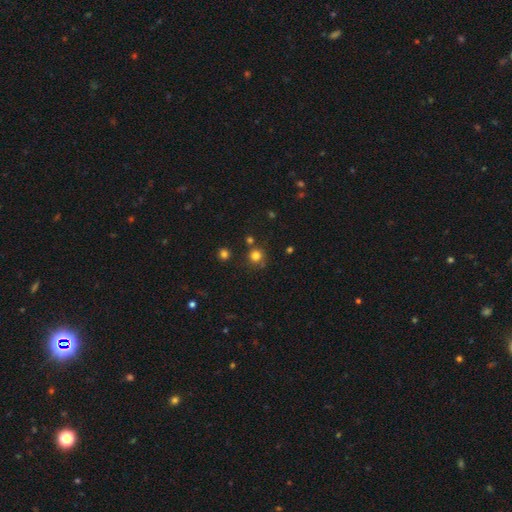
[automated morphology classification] smooth 79%, star or artifact 16%, featured or disk 5%. Down the decision tree: how rounded — round (93%); merging — none (79%).